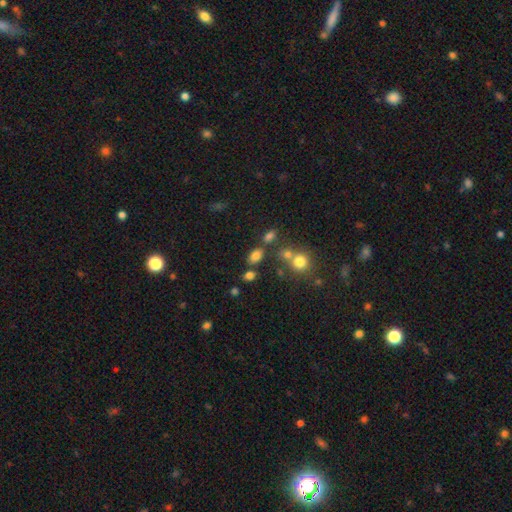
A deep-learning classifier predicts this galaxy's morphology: A smooth galaxy with no disk features (78%) that is in between round and cigar-shaped (87%).

Vote fractions:
- Smooth or featured? smooth: 78% / star or artifact: 14% / featured or disk: 8%
- How rounded? in between: 87% / round: 11% / cigar-shaped: 2%
- Merging? none: 68% / merger: 14% / minor disturbance: 13% / major disturbance: 5%